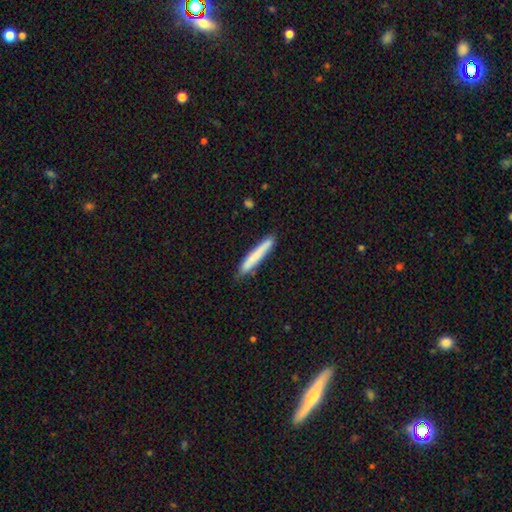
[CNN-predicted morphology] smooth_or_featured: smooth (p=0.77) [alt: featured or disk p=0.18]
how_rounded: cigar-shaped (p=0.95) [alt: in between p=0.04]
merging: none (p=0.83) [alt: minor disturbance p=0.13]